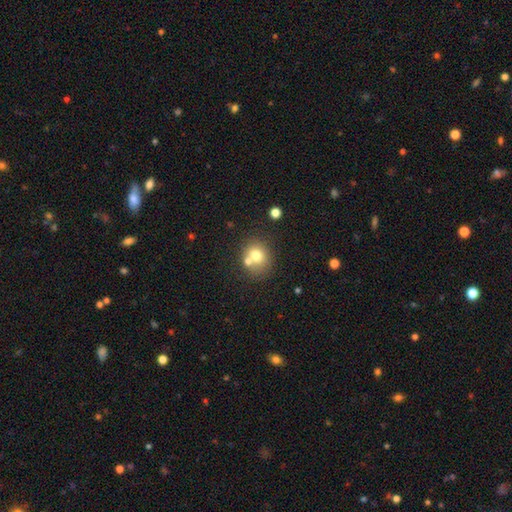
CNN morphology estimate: This appears to be a smooth galaxy with no disk features (71%) that is round (76%). Merging: none (56%).